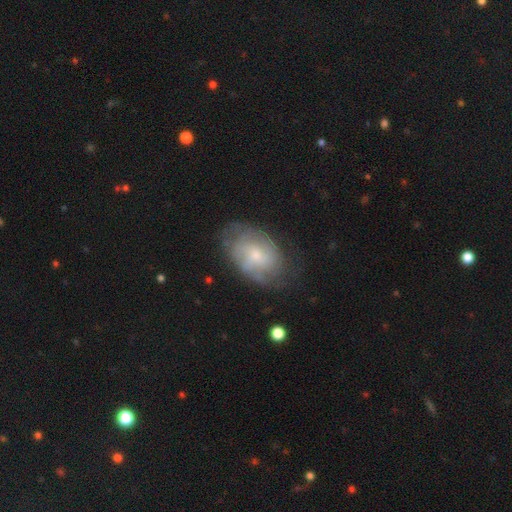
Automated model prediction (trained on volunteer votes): Overall: featured or disk (57%; smooth 36%). Edge-on disk: no (96%). Bar: no (67%; weak 29%). Spiral arms: yes (74%). Bulge size: small (62%; moderate 30%). Merging: none (64%).